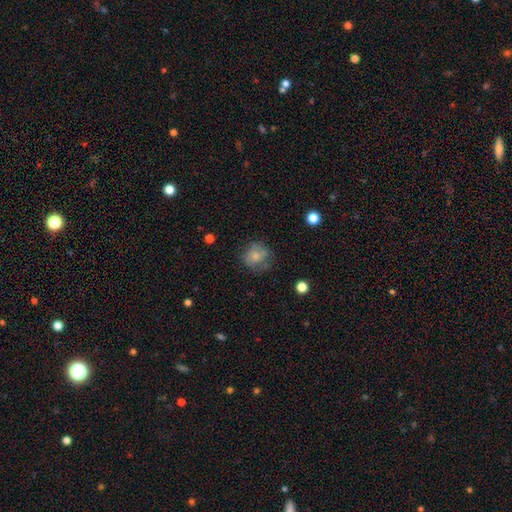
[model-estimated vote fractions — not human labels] Smooth or featured: smooth — 73% (featured or disk — 18%)
How rounded: round — 78% (in between — 21%)
Merging: none — 61% (minor disturbance — 24%)